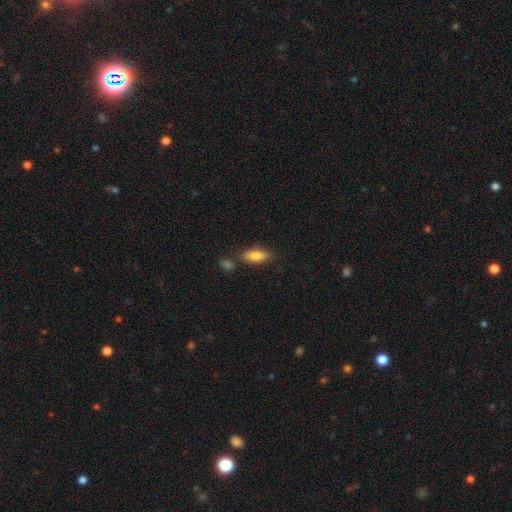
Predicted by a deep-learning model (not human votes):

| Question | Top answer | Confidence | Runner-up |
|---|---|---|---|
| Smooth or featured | smooth | 81% | featured or disk (12%) |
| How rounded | in between | 79% | cigar-shaped (19%) |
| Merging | none | 73% | minor disturbance (14%) |